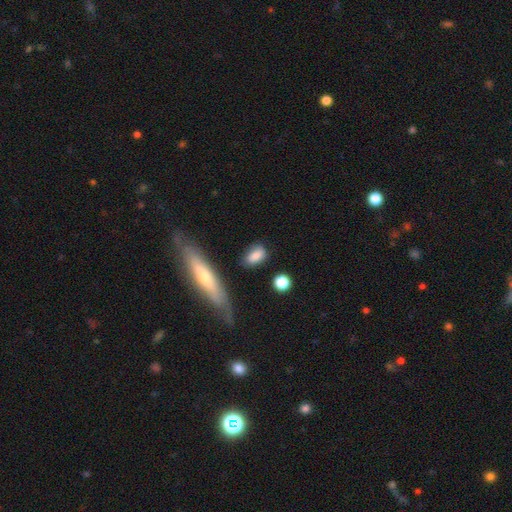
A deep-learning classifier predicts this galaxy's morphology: Smooth or featured?
  - smooth: 82% *
  - featured or disk: 11%
  - star or artifact: 7%
How rounded?
  - in between: 81% *
  - round: 10%
  - cigar-shaped: 9%
Merging?
  - none: 72% *
  - minor disturbance: 18%
  - major disturbance: 6%
  - merger: 4%